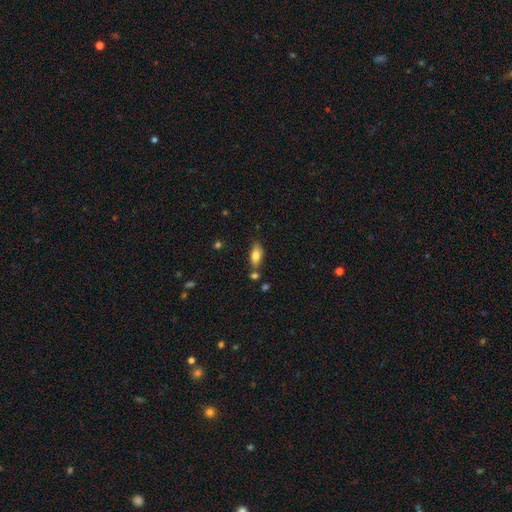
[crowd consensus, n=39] smooth-or-featured: smooth: 79% | featured or disk: 15% | star or artifact: 5%
  how-rounded: in between: 71% | cigar-shaped: 26% | round: 3%
  merging: none: 51% | merger: 24% | minor disturbance: 22% | major disturbance: 3%